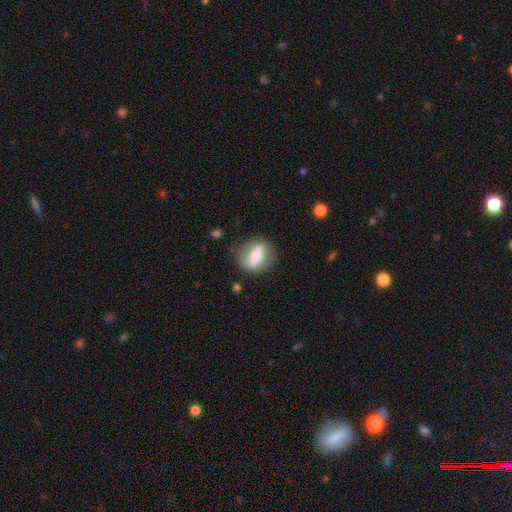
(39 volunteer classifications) A smooth galaxy with no disk features (64%) that is round (72%).

Vote fractions:
- Smooth or featured? smooth: 64% / featured or disk: 28% / star or artifact: 8%
- How rounded? round: 72% / in between: 24% / cigar-shaped: 4%
- Merging? none: 78% / minor disturbance: 22% / major disturbance: 0% / merger: 0%